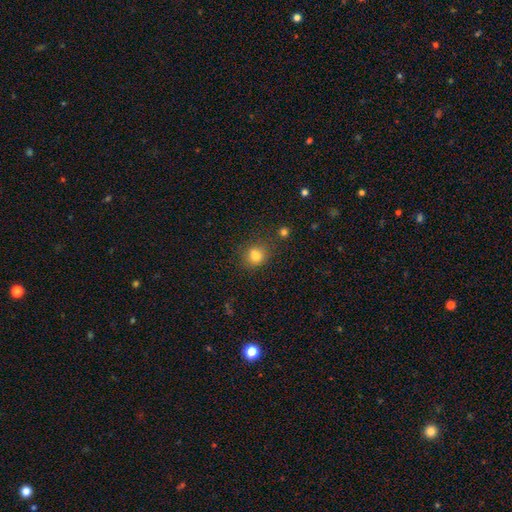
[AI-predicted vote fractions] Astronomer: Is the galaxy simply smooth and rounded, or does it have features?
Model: smooth — 77%.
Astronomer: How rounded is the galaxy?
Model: round — 73%.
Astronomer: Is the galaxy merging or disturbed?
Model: none — 66%.